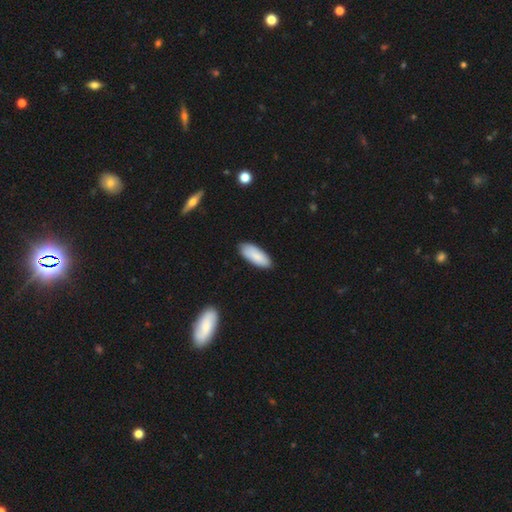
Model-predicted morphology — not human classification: A smooth galaxy with no disk features (87%) that is in between round and cigar-shaped (80%). Merging: none (85%).